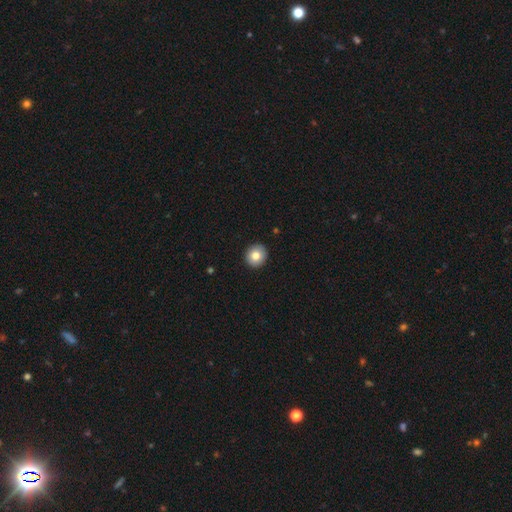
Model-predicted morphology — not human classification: The model was most divided on "smooth or featured": smooth: 81%, featured or disk: 10%, star or artifact: 9%. More confident: merging — none (92%); how rounded — round (90%).